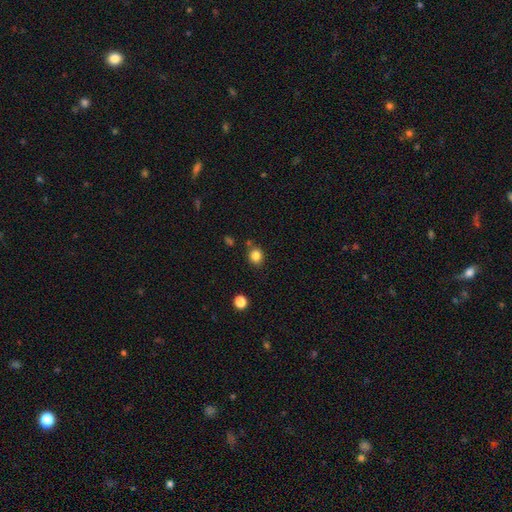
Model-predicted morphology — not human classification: This is clearly a smooth galaxy (83%). How rounded: likely round (76%). Merging: clearly none (81%).